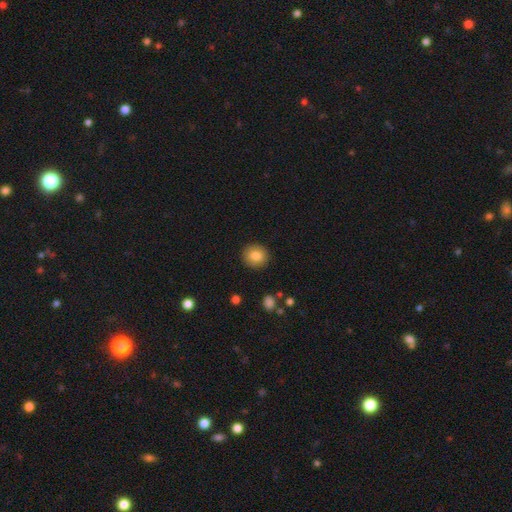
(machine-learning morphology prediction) Smooth or featured?
  - smooth: 83% *
  - star or artifact: 9%
  - featured or disk: 9%
How rounded?
  - round: 86% *
  - in between: 13%
  - cigar-shaped: 1%
Merging?
  - none: 90% *
  - minor disturbance: 7%
  - major disturbance: 2%
  - merger: 1%